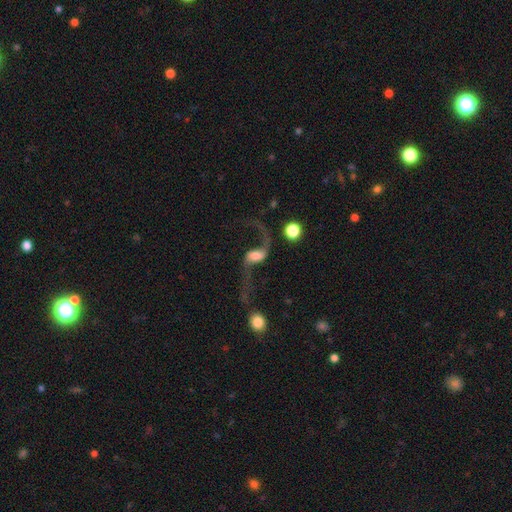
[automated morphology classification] Smooth or featured: featured or disk — 83% (smooth — 10%)
Edge-on disk: no — 94% (yes — 6%)
Bar: weak — 40% (no — 39%)
Spiral arms: yes — 94% (no — 6%)
Spiral winding: loose — 95% (medium — 4%)
Spiral arm count: 2 — 92% (1 — 4%)
Bulge size: moderate — 35% (large — 27%)
Merging: none — 48% (major disturbance — 28%)